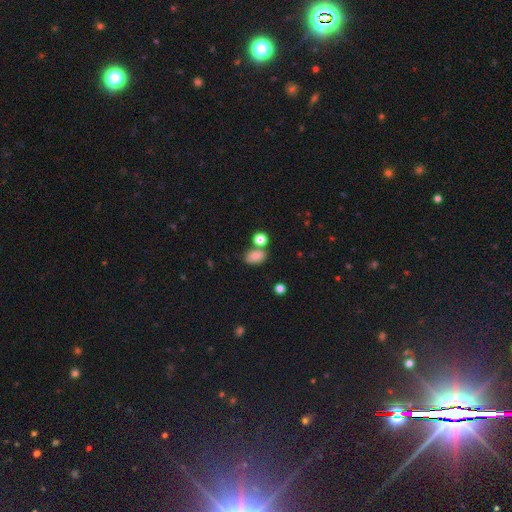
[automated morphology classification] This appears to be a smooth galaxy with no disk features (81%) that is in between round and cigar-shaped (81%). Merging: none (60%).